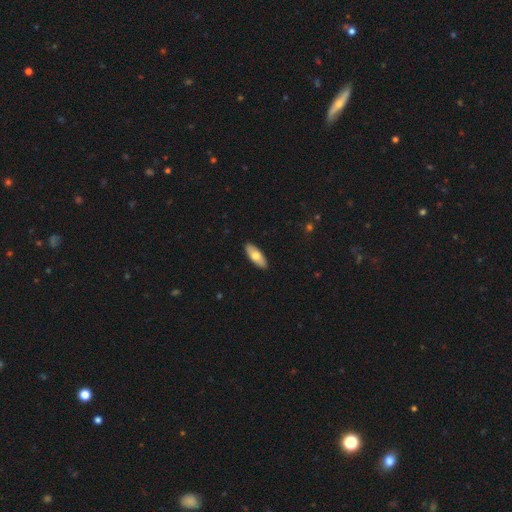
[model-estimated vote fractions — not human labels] Smooth or featured: smooth — 68% (featured or disk — 27%)
How rounded: in between — 74% (cigar-shaped — 24%)
Merging: none — 90% (minor disturbance — 7%)